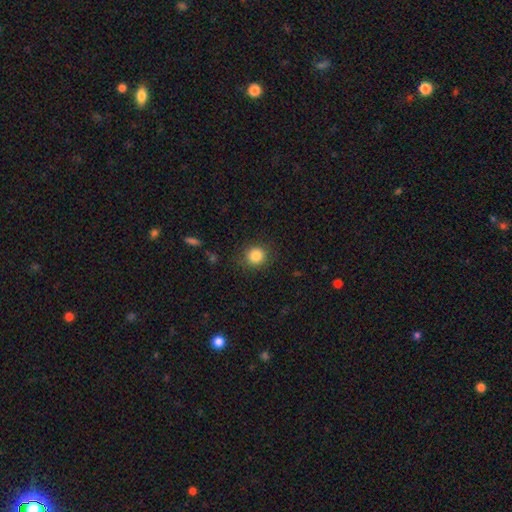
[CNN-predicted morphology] A smooth galaxy with no disk features (85%) that is round (89%). Merging: none (86%).